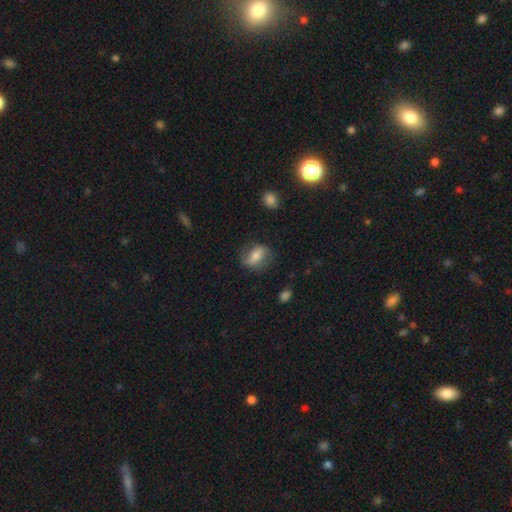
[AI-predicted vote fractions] Overall: smooth (55%; featured or disk 36%). How rounded: in between (72%). Merging: none (68%).